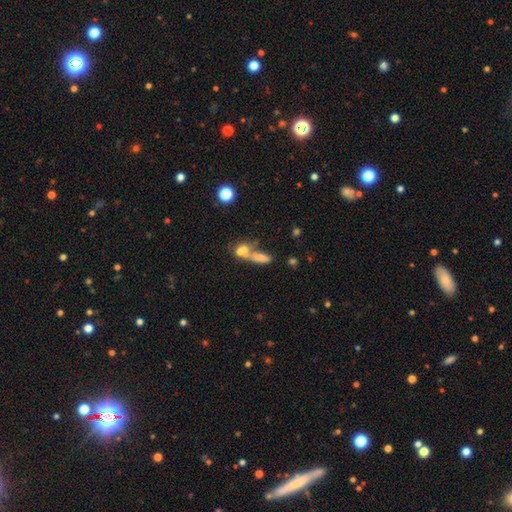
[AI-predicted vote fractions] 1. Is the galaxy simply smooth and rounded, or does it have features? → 52% smooth, 30% featured or disk, 18% star or artifact.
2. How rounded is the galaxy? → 49% in between, 32% cigar-shaped, 18% round.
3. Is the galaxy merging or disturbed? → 57% merger, 27% none, 8% major disturbance, 8% minor disturbance.